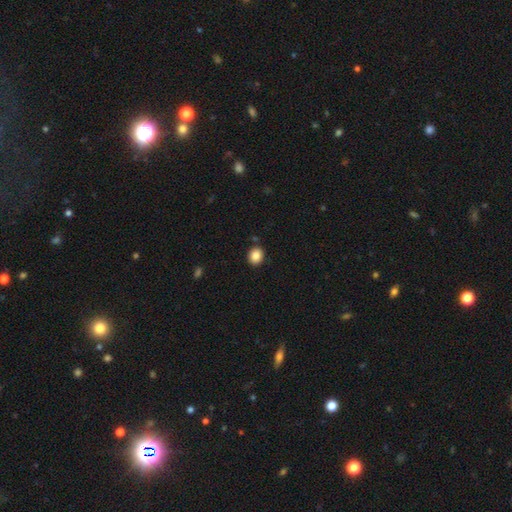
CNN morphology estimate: smooth_or_featured: smooth (p=0.86) [alt: star or artifact p=0.09]
how_rounded: round (p=0.66) [alt: in between p=0.33]
merging: none (p=0.88) [alt: minor disturbance p=0.07]